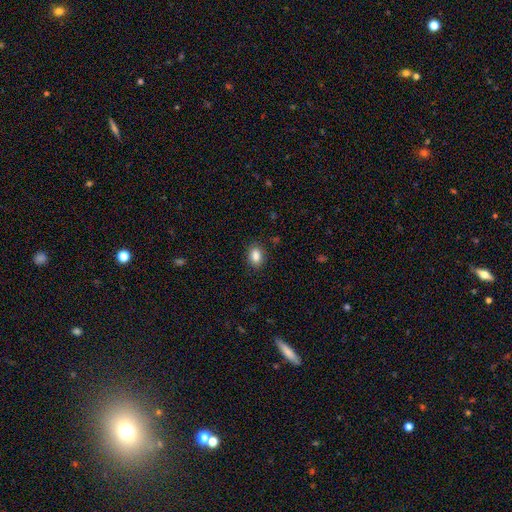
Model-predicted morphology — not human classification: smooth_or_featured: smooth (p=0.86) [alt: star or artifact p=0.09]
how_rounded: in between (p=0.73) [alt: round p=0.26]
merging: none (p=0.86) [alt: minor disturbance p=0.10]